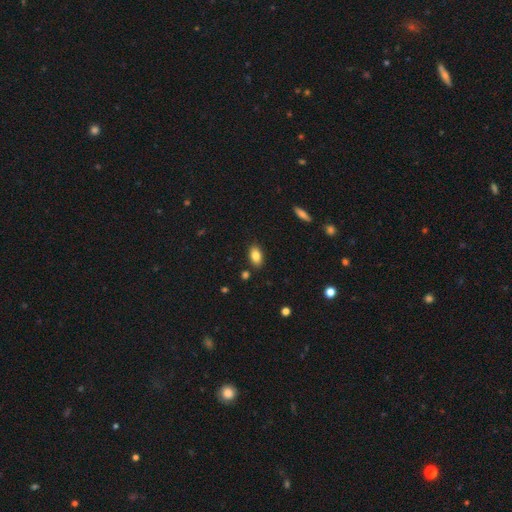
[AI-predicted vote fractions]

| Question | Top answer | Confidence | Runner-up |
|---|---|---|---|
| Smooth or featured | smooth | 84% | star or artifact (8%) |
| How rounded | in between | 91% | round (5%) |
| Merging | none | 86% | minor disturbance (10%) |